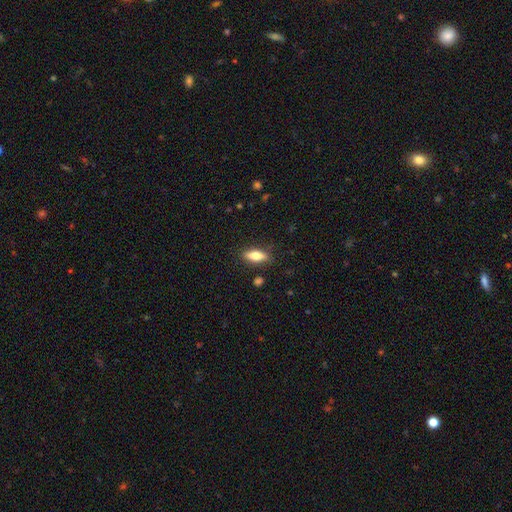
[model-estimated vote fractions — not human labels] Smooth or featured? Predicted: smooth (p=0.68). How rounded? Predicted: in between (p=0.67). Merging? Predicted: none (p=0.85).